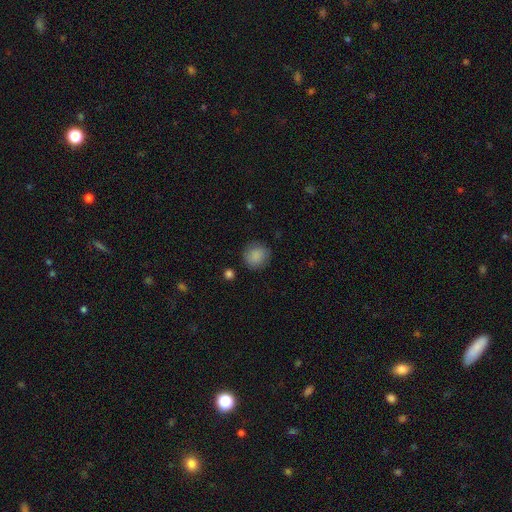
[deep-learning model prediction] Smooth or featured? smooth (87%)
How rounded? round (89%)
Merging? none (85%)